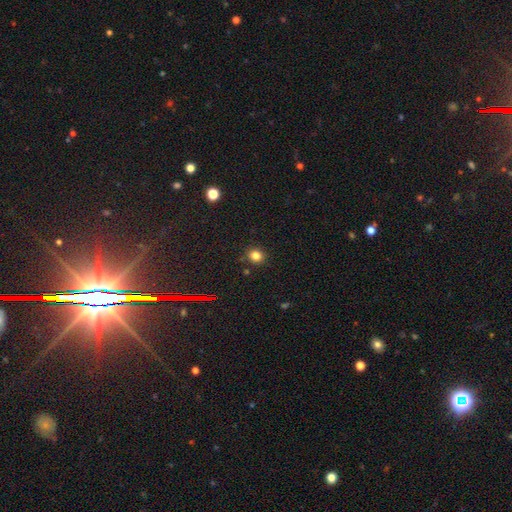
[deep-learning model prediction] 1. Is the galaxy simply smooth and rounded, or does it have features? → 81% smooth, 14% star or artifact, 5% featured or disk.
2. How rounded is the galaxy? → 81% round, 18% in between, 1% cigar-shaped.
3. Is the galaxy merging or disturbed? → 87% none, 8% minor disturbance, 3% merger, 2% major disturbance.